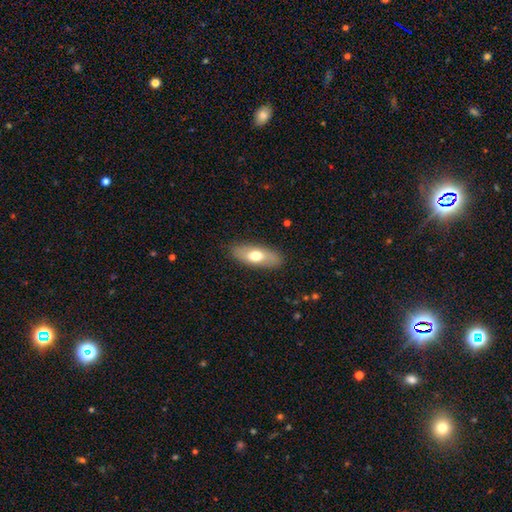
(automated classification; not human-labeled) This is likely a smooth galaxy (66%). How rounded: likely in between (75%). Merging: clearly none (85%).